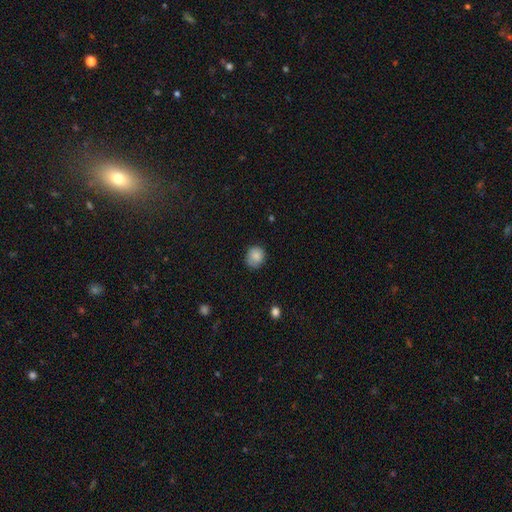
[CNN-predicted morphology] Smooth or featured? Predicted: smooth (p=0.86). How rounded? Predicted: round (p=0.78). Merging? Predicted: none (p=0.79).